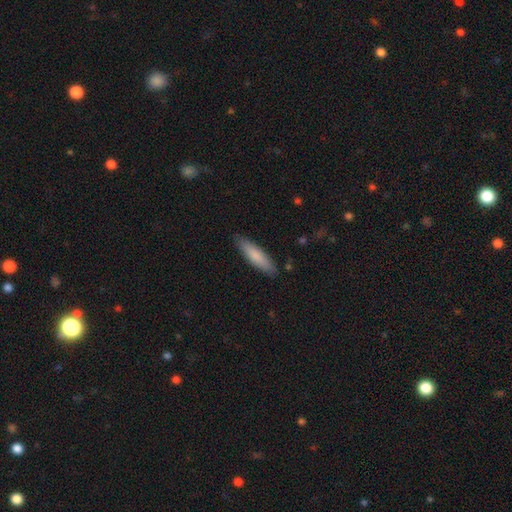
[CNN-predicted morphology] smooth 82%, featured or disk 12%, star or artifact 5%. Down the decision tree: how rounded — cigar-shaped (71%); merging — none (87%).